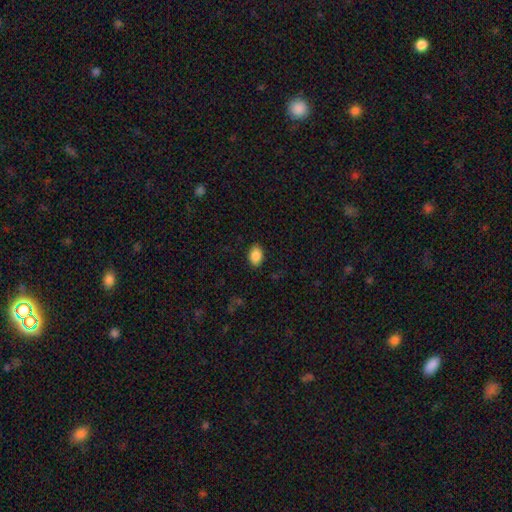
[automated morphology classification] smooth 88%, star or artifact 8%, featured or disk 4%. Down the decision tree: how rounded — in between (84%); merging — none (88%).